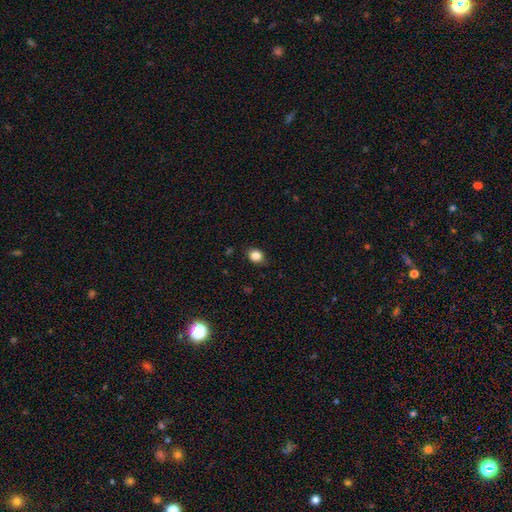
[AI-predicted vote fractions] This appears to be a smooth galaxy with no disk features (84%) that is round (54%). Merging: none (82%).